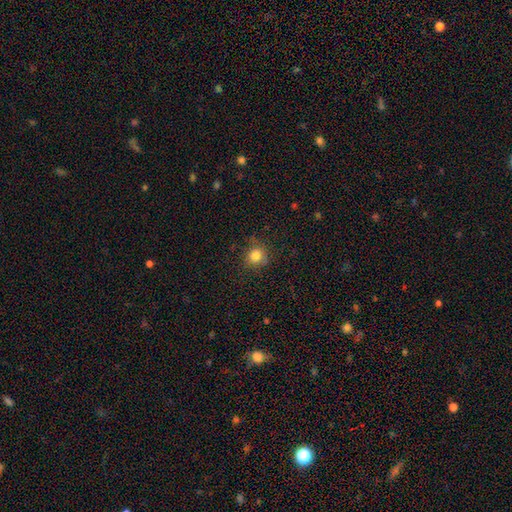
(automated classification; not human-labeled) This is clearly a smooth galaxy (83%). How rounded: clearly round (84%). Merging: clearly none (81%).